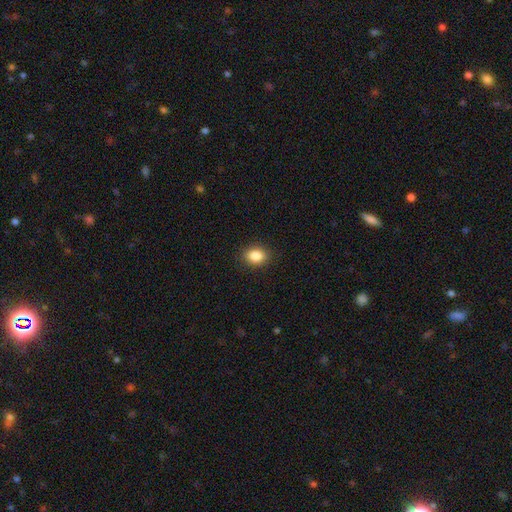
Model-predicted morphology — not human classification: A smooth galaxy with no disk features (86%) that is in between round and cigar-shaped (60%).

Vote fractions:
- Smooth or featured? smooth: 86% / star or artifact: 9% / featured or disk: 5%
- How rounded? in between: 60% / round: 39% / cigar-shaped: 1%
- Merging? none: 89% / minor disturbance: 8% / major disturbance: 2% / merger: 1%